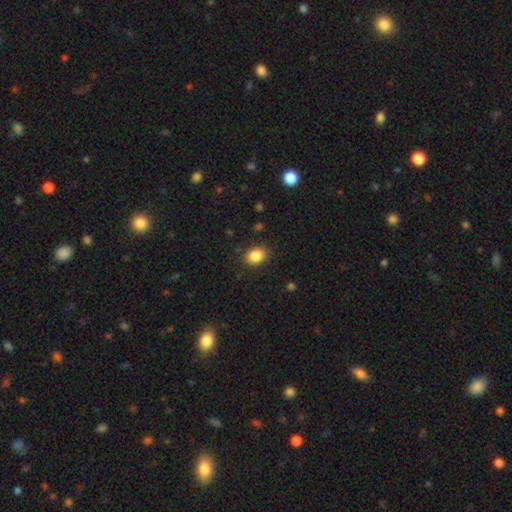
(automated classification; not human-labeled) Smooth or featured: smooth — 86% (star or artifact — 9%)
How rounded: in between — 61% (round — 38%)
Merging: none — 86% (minor disturbance — 10%)